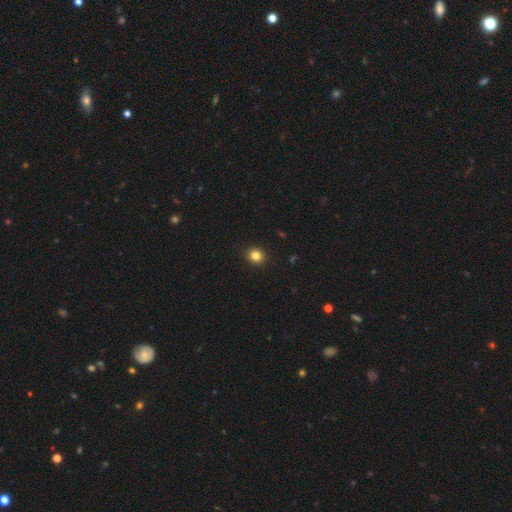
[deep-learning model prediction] Smooth or featured? Predicted: smooth (p=0.83). How rounded? Predicted: round (p=0.79). Merging? Predicted: none (p=0.92).